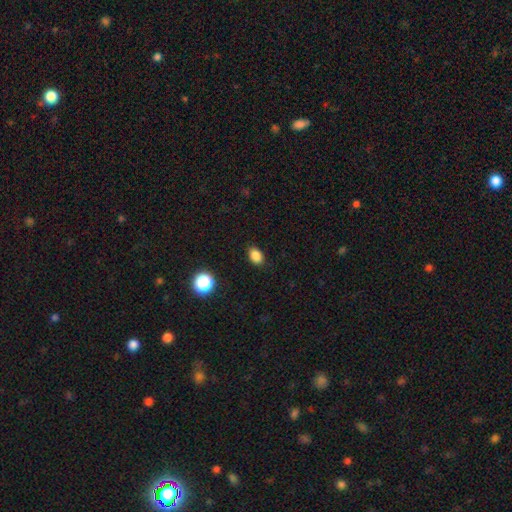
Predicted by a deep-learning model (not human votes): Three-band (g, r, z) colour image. It shows a smooth galaxy with no disk features (85%) that is in between round and cigar-shaped (72%). Merging: none (87%).